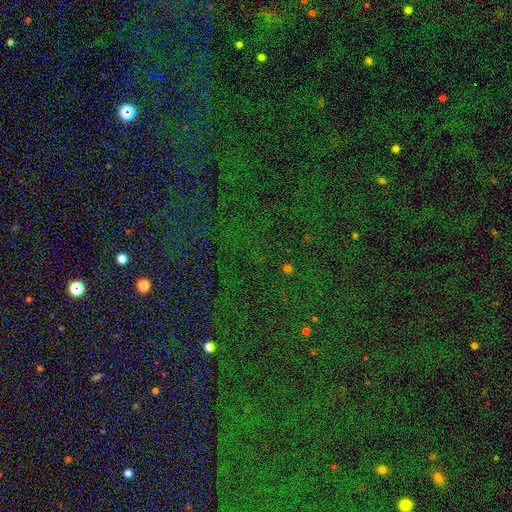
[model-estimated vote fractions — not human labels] star or artifact 80%, smooth 12%, featured or disk 8%.